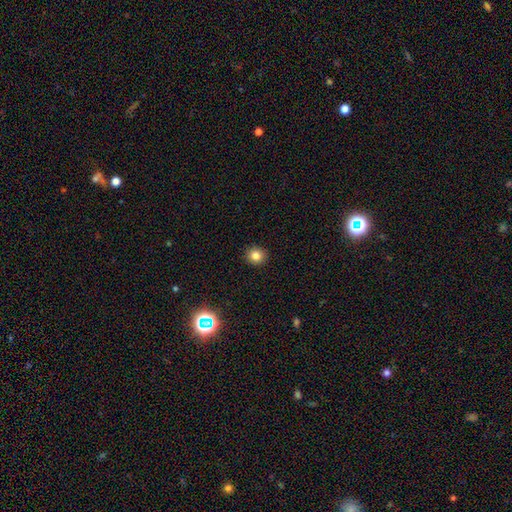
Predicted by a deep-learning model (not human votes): Q: Smooth or featured?
A: smooth (81%); runner-up: star or artifact (13%)
Q: How rounded?
A: round (89%); runner-up: in between (10%)
Q: Merging?
A: none (92%); runner-up: minor disturbance (5%)